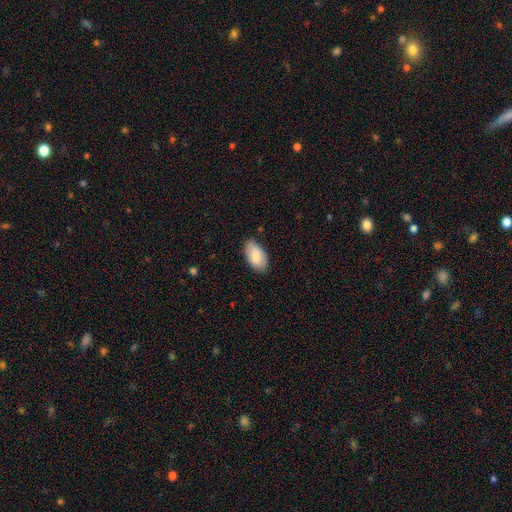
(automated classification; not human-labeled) A smooth galaxy with no disk features (82%) that is in between round and cigar-shaped (95%).

Vote fractions:
- Smooth or featured? smooth: 82% / featured or disk: 12% / star or artifact: 6%
- How rounded? in between: 95% / round: 3% / cigar-shaped: 2%
- Merging? none: 81% / minor disturbance: 15% / major disturbance: 3% / merger: 1%